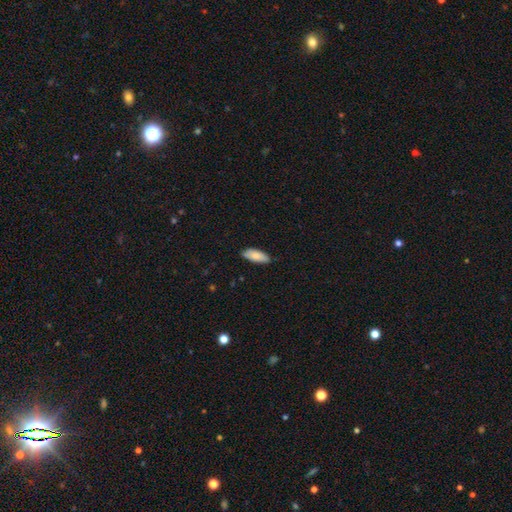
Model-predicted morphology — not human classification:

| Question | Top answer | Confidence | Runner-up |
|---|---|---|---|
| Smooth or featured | smooth | 87% | featured or disk (8%) |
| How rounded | in between | 80% | cigar-shaped (19%) |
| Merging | none | 85% | minor disturbance (12%) |